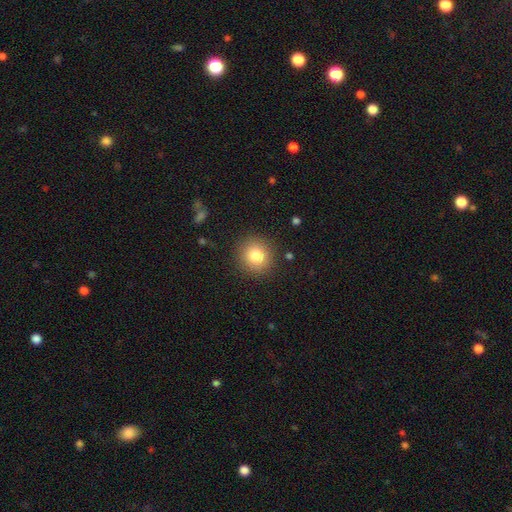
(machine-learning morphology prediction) smooth_or_featured: smooth (p=0.83) [alt: star or artifact p=0.10]
how_rounded: round (p=0.90) [alt: in between p=0.10]
merging: none (p=0.88) [alt: minor disturbance p=0.08]